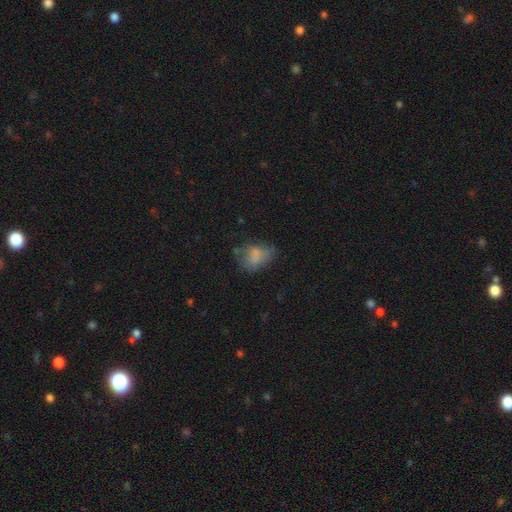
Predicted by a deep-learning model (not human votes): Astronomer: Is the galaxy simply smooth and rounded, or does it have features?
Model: smooth — 69%.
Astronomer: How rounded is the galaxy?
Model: in between — 78%.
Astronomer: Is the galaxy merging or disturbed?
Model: none — 44% (runner-up: minor disturbance, 29%).